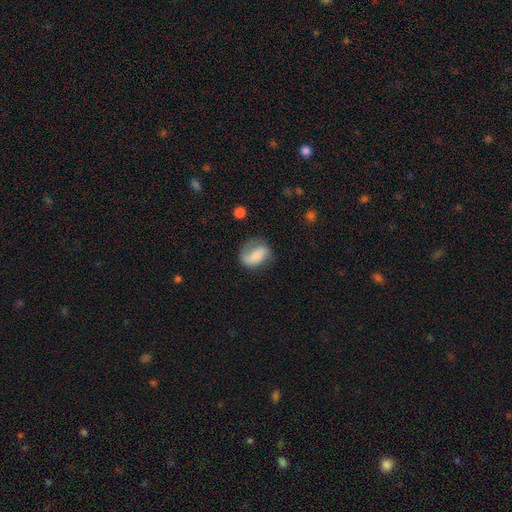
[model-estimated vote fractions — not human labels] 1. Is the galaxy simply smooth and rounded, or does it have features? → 53% smooth, 39% featured or disk, 8% star or artifact.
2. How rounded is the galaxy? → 65% in between, 32% round, 2% cigar-shaped.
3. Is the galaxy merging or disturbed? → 53% none, 27% minor disturbance, 18% major disturbance, 2% merger.